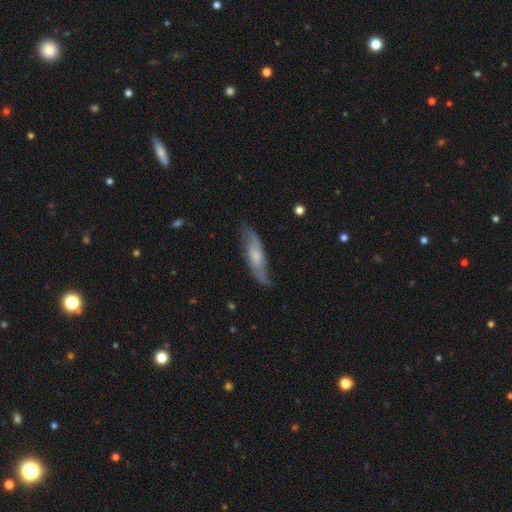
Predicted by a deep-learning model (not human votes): Q: Smooth or featured?
A: featured or disk (61%); runner-up: smooth (33%)
Q: Edge-on disk?
A: no (70%); runner-up: yes (30%)
Q: Merging?
A: none (73%); runner-up: minor disturbance (20%)